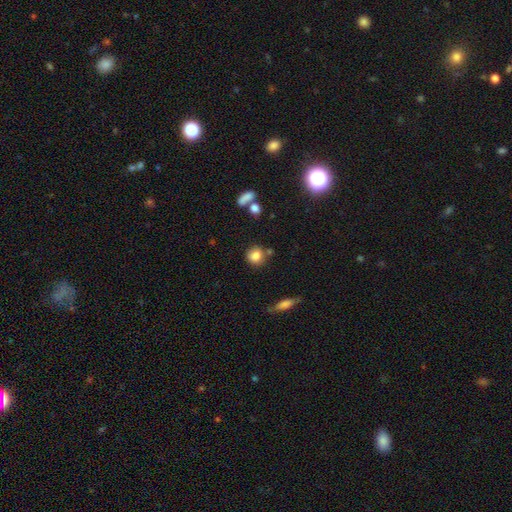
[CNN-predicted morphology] smooth_or_featured: smooth (p=0.84) [alt: star or artifact p=0.10]
how_rounded: round (p=0.79) [alt: in between p=0.19]
merging: none (p=0.73) [alt: minor disturbance p=0.14]